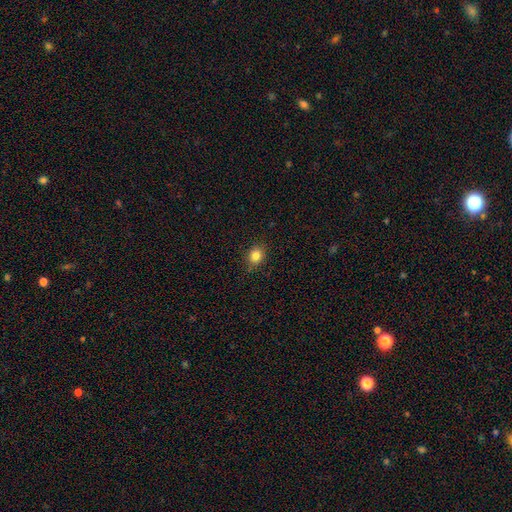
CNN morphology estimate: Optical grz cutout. It shows a smooth galaxy with no disk features (83%) that is round (73%). Merging: none (87%).